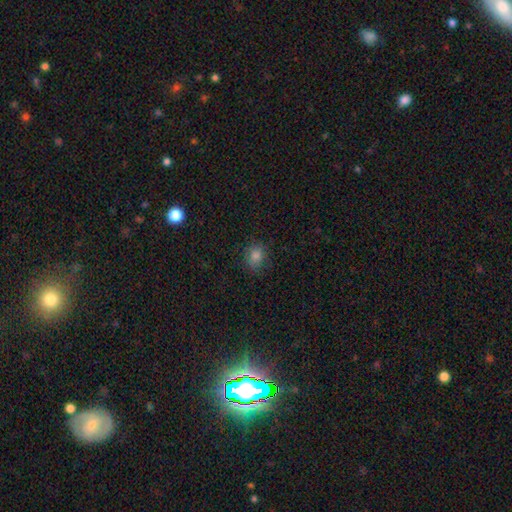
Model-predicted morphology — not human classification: Overall: smooth (79%). How rounded: round (59%; in between 40%). Merging: none (81%).